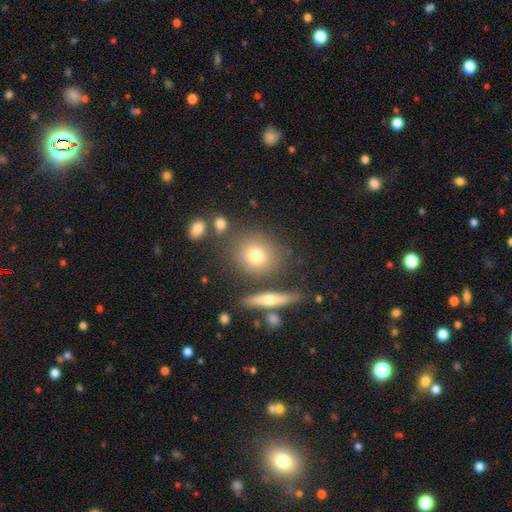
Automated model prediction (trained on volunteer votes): smooth-or-featured: smooth: 69% | featured or disk: 18% | star or artifact: 13%
  how-rounded: round: 75% | in between: 22% | cigar-shaped: 3%
  merging: none: 75% | minor disturbance: 11% | merger: 10% | major disturbance: 4%